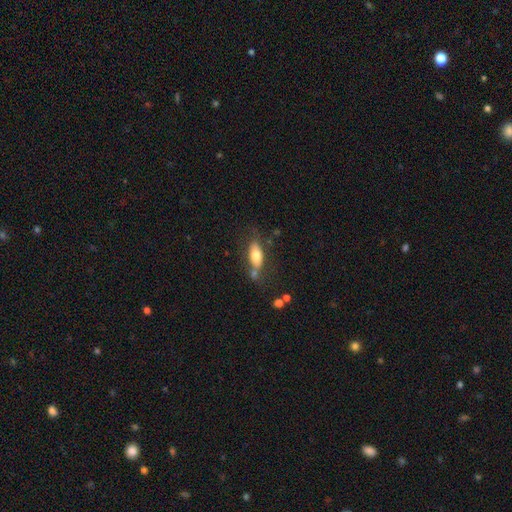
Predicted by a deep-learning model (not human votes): This appears to be a smooth galaxy with no disk features (70%) that is in between round and cigar-shaped (81%). Merging: none (61%).